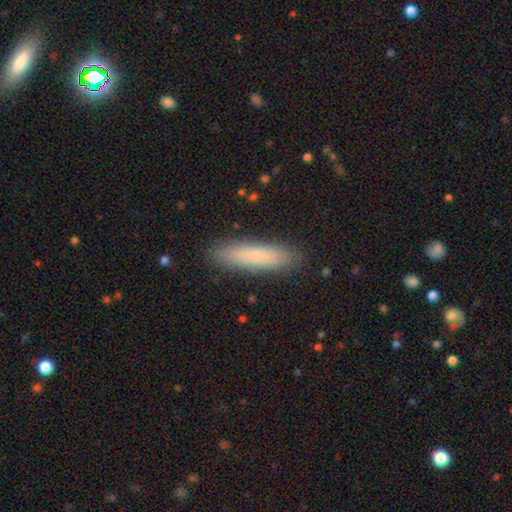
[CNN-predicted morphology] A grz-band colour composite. It shows a smooth galaxy with no disk features (79%) that is cigar-shaped (82%). Merging: none (89%).